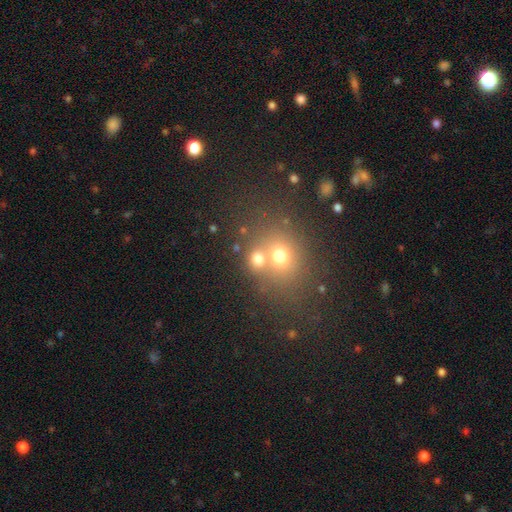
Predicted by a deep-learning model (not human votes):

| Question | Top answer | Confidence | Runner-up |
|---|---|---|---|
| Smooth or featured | smooth | 64% | star or artifact (20%) |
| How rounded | round | 70% | in between (29%) |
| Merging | none | 49% | merger (38%) |